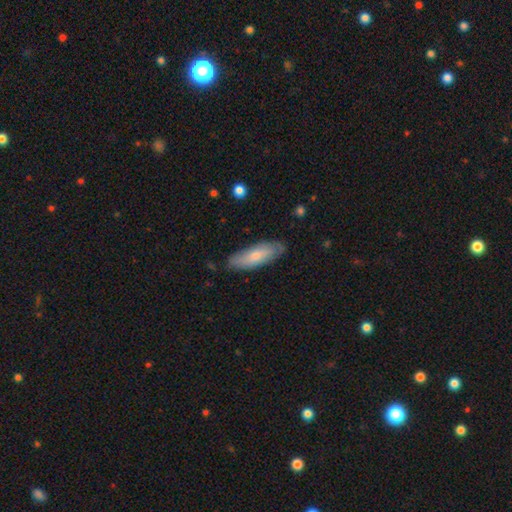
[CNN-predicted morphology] Smooth or featured?
  - smooth: 67% *
  - featured or disk: 27%
  - star or artifact: 5%
How rounded?
  - in between: 61% *
  - cigar-shaped: 38%
  - round: 2%
Merging?
  - none: 79% *
  - minor disturbance: 17%
  - major disturbance: 3%
  - merger: 1%